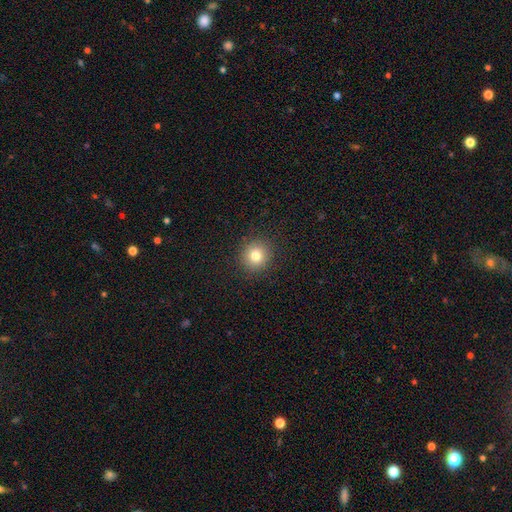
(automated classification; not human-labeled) Smooth or featured? smooth (80%)
How rounded? round (91%)
Merging? none (91%)